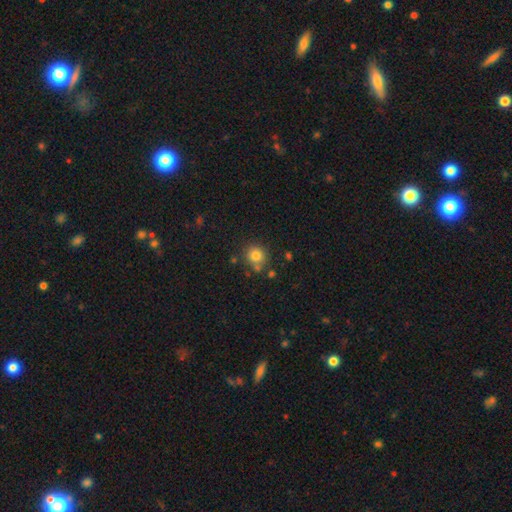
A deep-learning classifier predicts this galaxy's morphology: Smooth or featured: smooth — 80% (star or artifact — 12%)
How rounded: round — 86% (in between — 13%)
Merging: none — 72% (minor disturbance — 14%)